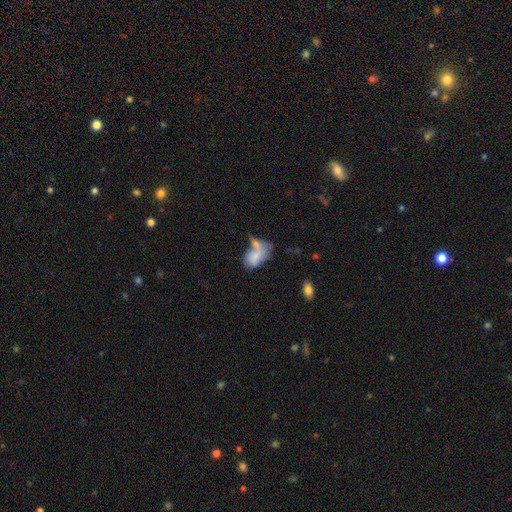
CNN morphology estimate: This is likely a smooth galaxy (72%). How rounded: clearly in between (90%). Merging: marginally merger (42%).